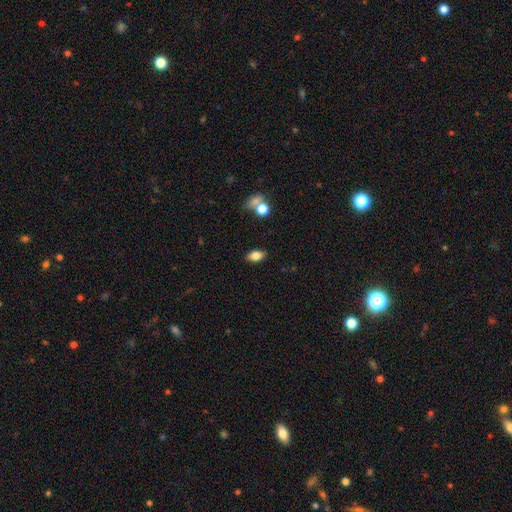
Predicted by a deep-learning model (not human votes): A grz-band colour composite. It shows a smooth galaxy with no disk features (79%) that is in between round and cigar-shaped (88%). Merging: none (85%).